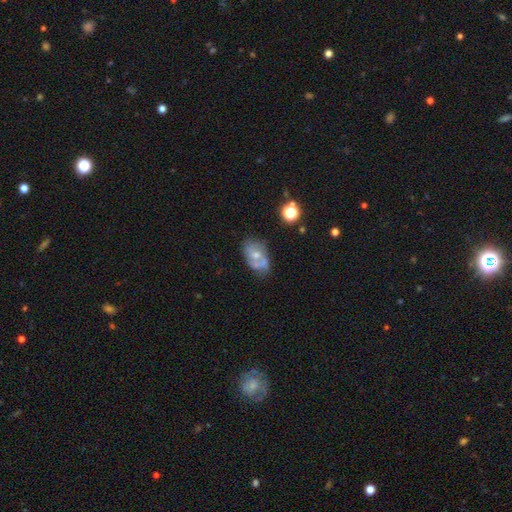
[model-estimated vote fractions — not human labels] Smooth or featured?
  - featured or disk: 58% *
  - smooth: 32%
  - star or artifact: 9%
Edge-on disk?
  - no: 96% *
  - yes: 4%
Bar?
  - no: 70% *
  - weak: 26%
  - strong: 4%
Spiral arms?
  - yes: 61% *
  - no: 39%
Bulge size?
  - moderate: 53% *
  - small: 35%
  - none: 7%
  - large: 4%
  - dominant: 1%
Merging?
  - none: 47% *
  - minor disturbance: 26%
  - merger: 14%
  - major disturbance: 13%